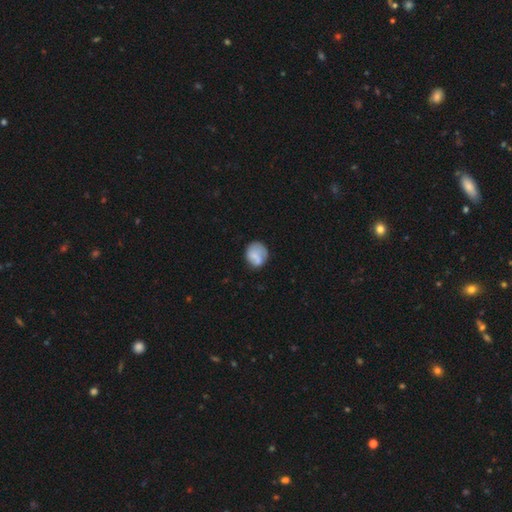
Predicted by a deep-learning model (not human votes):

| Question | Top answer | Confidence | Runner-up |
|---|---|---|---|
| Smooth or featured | smooth | 69% | featured or disk (23%) |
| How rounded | round | 74% | in between (25%) |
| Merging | none | 58% | minor disturbance (26%) |